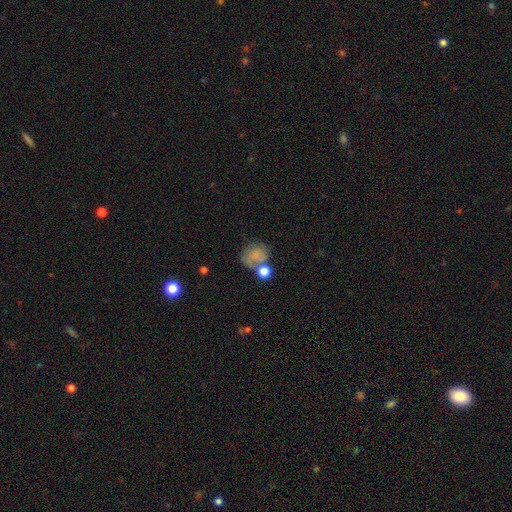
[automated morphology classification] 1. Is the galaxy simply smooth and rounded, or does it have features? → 65% smooth, 23% featured or disk, 12% star or artifact.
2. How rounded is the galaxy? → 63% round, 36% in between, 1% cigar-shaped.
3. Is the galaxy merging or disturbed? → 36% none, 24% merger, 20% major disturbance, 19% minor disturbance.